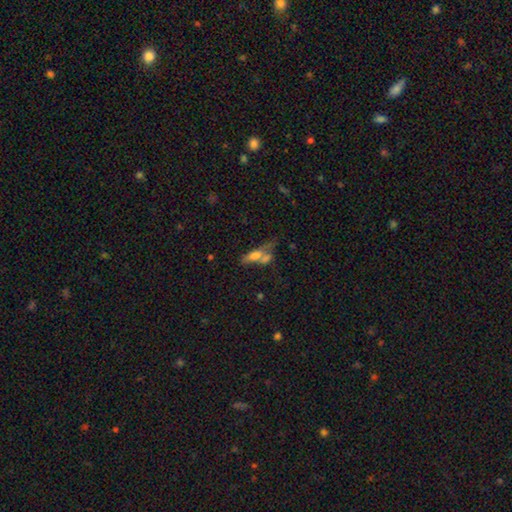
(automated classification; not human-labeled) A smooth galaxy with no disk features (57%) that is in between round and cigar-shaped (58%). Merging: merger (49%).